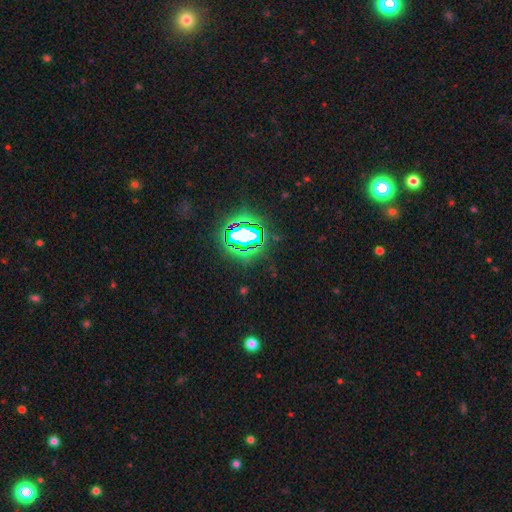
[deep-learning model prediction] Smooth or featured: star or artifact — 83% (smooth — 11%)